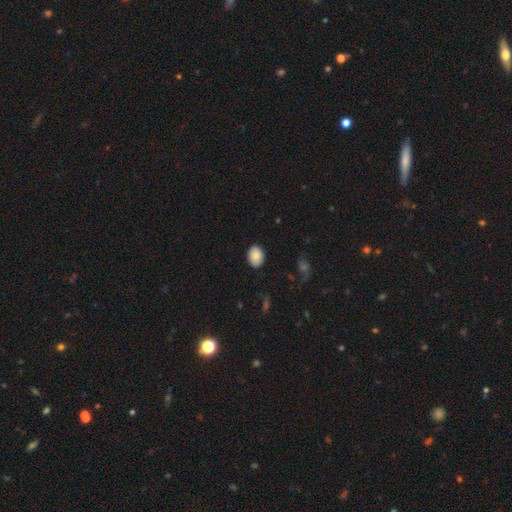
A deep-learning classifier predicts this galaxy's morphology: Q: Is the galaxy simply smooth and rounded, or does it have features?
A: smooth — 86%.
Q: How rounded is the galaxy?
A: in between — 70%.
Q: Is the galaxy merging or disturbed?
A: none — 87%.